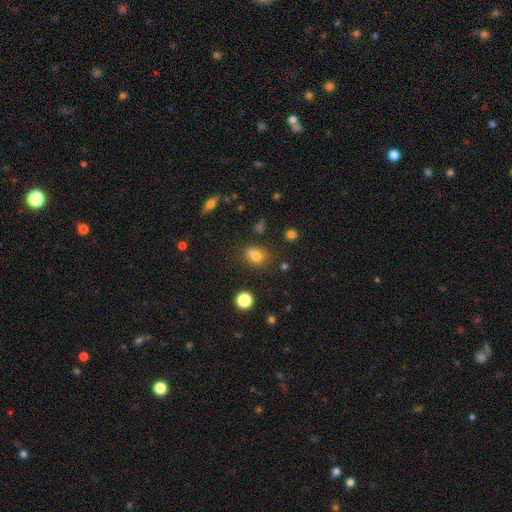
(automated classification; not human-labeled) A smooth galaxy with no disk features (73%) that is in between round and cigar-shaped (54%).

Vote fractions:
- Smooth or featured? smooth: 73% / star or artifact: 17% / featured or disk: 11%
- How rounded? in between: 54% / round: 44% / cigar-shaped: 2%
- Merging? none: 50% / merger: 23% / minor disturbance: 19% / major disturbance: 7%